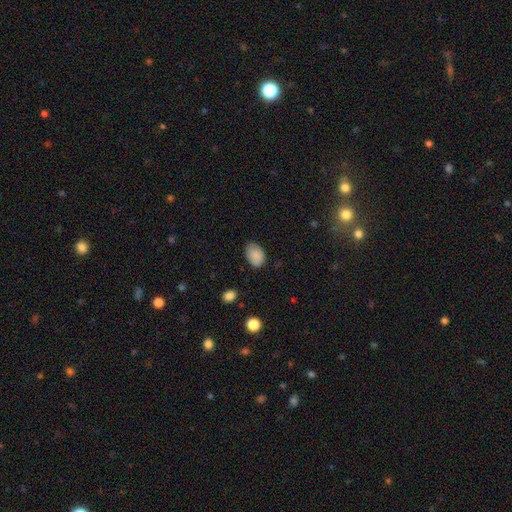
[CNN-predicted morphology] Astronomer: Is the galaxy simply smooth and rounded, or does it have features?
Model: smooth — 87%.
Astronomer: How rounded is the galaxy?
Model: in between — 83%.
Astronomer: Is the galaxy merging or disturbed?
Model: none — 75%.